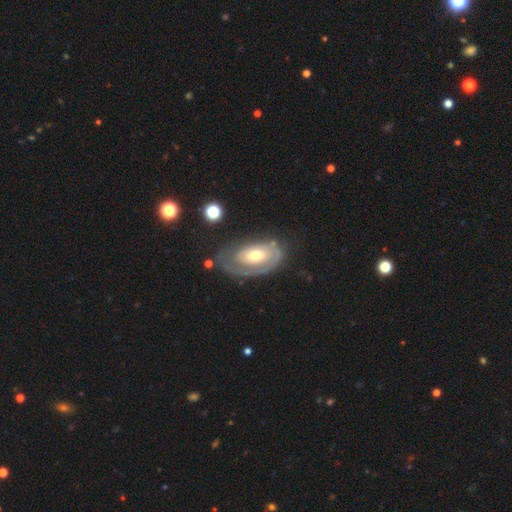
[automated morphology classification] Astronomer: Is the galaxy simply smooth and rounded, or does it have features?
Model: featured or disk — 69%.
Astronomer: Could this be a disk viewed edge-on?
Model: no — 93%.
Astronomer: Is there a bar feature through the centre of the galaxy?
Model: no — 77%.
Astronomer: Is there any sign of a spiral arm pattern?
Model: yes — 69%.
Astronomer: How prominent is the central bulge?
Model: moderate — 58%.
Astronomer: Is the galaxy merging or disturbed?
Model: none — 54%.